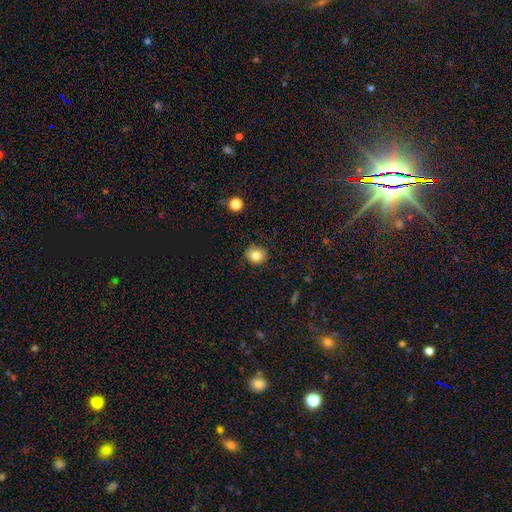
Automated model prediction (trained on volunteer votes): smooth_or_featured: smooth (p=0.82) [alt: star or artifact p=0.11]
how_rounded: round (p=0.78) [alt: in between p=0.21]
merging: none (p=0.87) [alt: minor disturbance p=0.10]